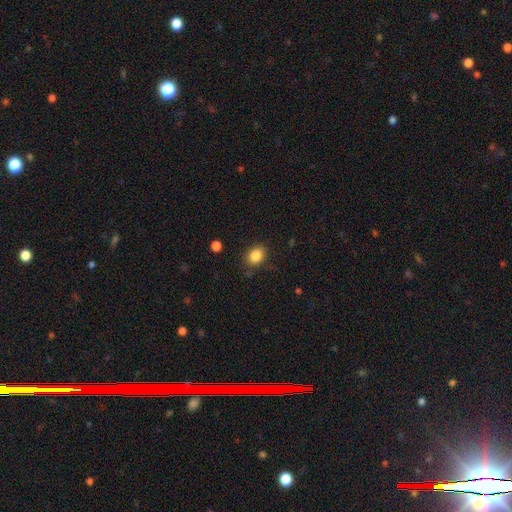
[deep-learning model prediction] smooth-or-featured: smooth: 85% | star or artifact: 10% | featured or disk: 5%
  how-rounded: round: 52% | in between: 47% | cigar-shaped: 1%
  merging: none: 82% | minor disturbance: 13% | major disturbance: 3% | merger: 2%